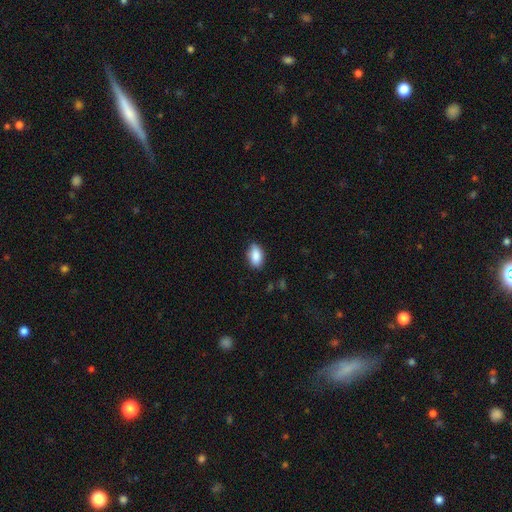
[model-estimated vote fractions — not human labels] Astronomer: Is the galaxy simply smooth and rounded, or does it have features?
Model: smooth — 88%.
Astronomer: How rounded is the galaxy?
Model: in between — 91%.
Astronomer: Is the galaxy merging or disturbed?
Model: none — 82%.